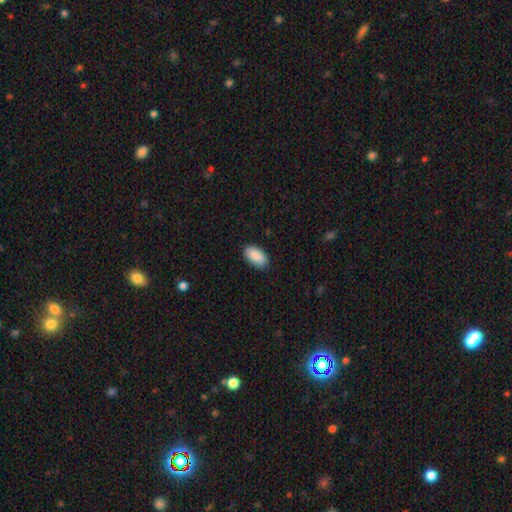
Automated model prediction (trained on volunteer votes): Smooth or featured: smooth — 89% (star or artifact — 6%)
How rounded: in between — 95% (round — 3%)
Merging: none — 87% (minor disturbance — 10%)